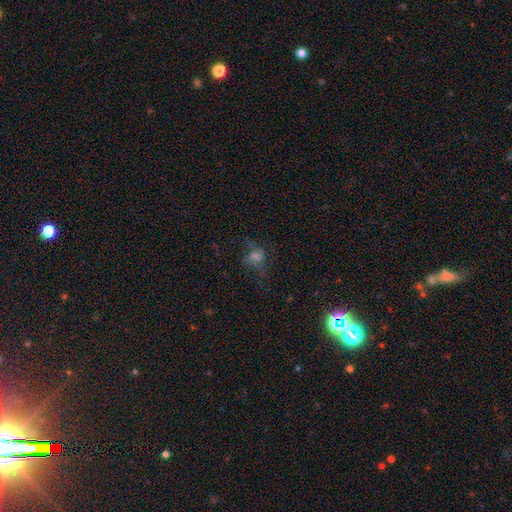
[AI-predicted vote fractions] Overall: smooth (48%; star or artifact 28%). Merging: none (47%; major disturbance 29%).